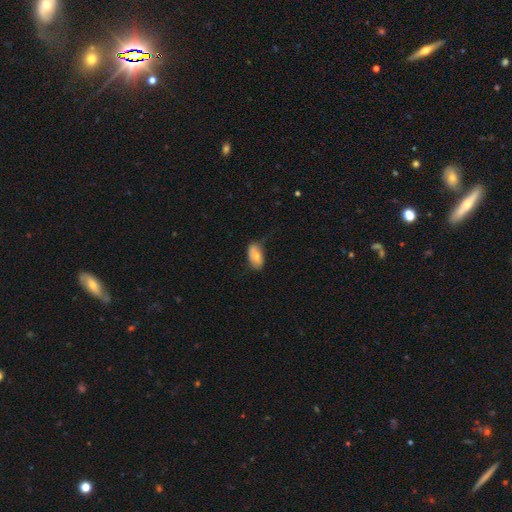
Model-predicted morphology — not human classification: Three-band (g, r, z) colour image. It shows a smooth galaxy with no disk features (71%) that is in between round and cigar-shaped (92%). Merging: none (61%).